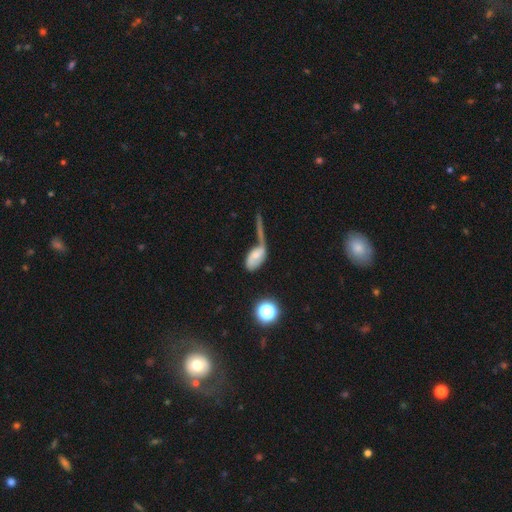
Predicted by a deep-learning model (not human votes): A smooth galaxy with no disk features (45%).

Vote fractions:
- Smooth or featured? smooth: 45% / featured or disk: 44% / star or artifact: 11%
- Merging? major disturbance: 34% / merger: 33% / none: 19% / minor disturbance: 14%